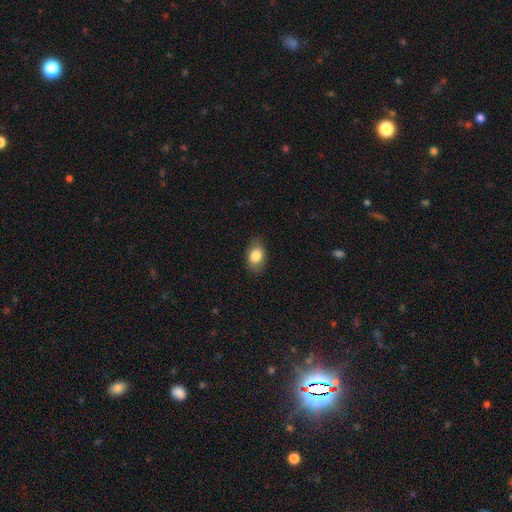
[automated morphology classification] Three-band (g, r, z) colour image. It shows a smooth galaxy with no disk features (83%) that is in between round and cigar-shaped (85%). Merging: none (84%).